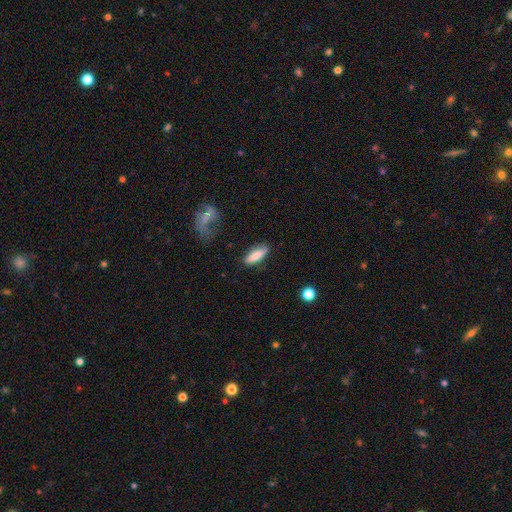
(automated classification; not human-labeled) Morphology: type=smooth (83%); roundness=in between (52%); merging=none (81%).